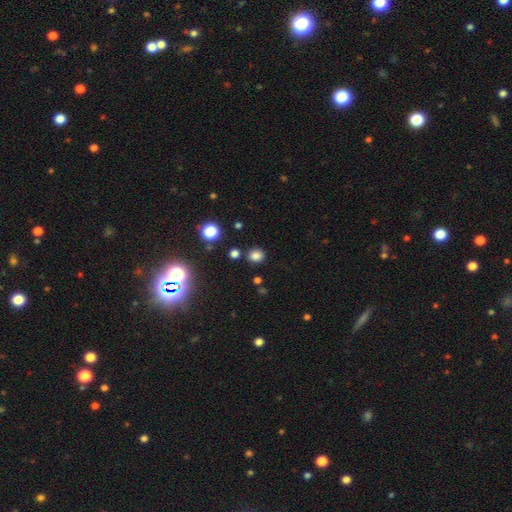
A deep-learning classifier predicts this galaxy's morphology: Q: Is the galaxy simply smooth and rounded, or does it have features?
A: smooth — 77%.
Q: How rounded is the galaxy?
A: round — 69%.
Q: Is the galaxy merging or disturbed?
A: none — 84%.